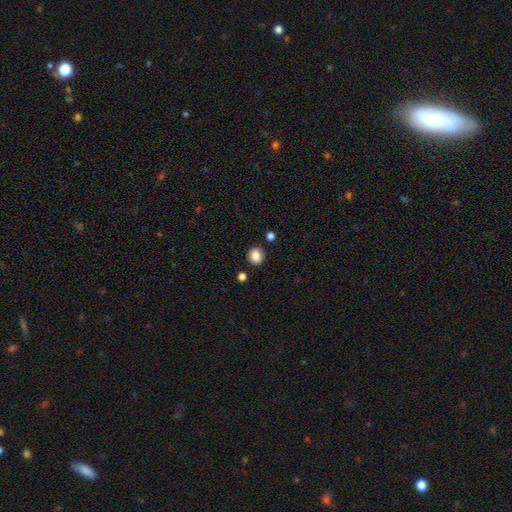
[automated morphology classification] Smooth or featured? smooth (86%)
How rounded? round (79%)
Merging? none (87%)